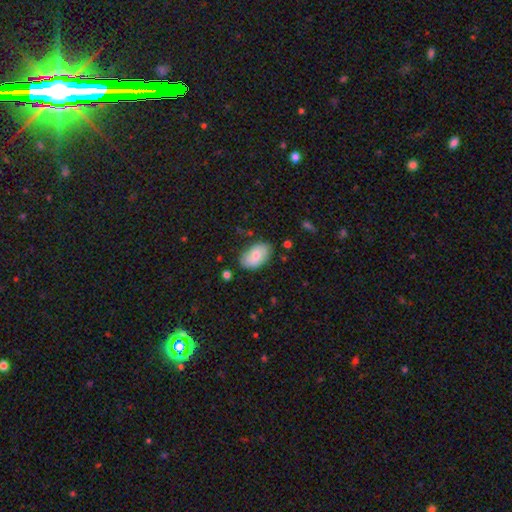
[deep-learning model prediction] Overall: smooth (72%). How rounded: in between (93%). Merging: none (77%).